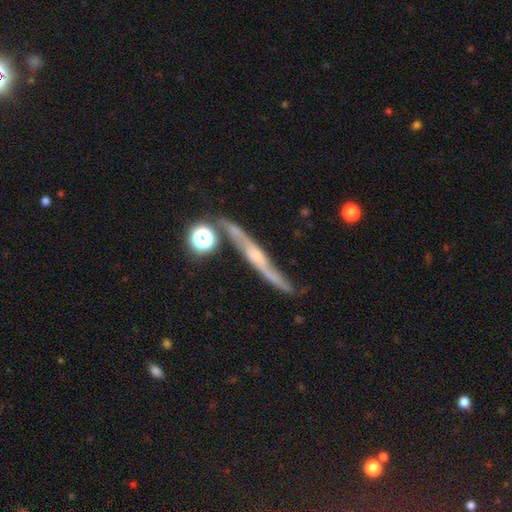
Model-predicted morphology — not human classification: A featured or disk galaxy (80%) viewed edge-on (77%) with a rounded central bulge (63%).

Vote fractions:
- Smooth or featured? featured or disk: 80% / smooth: 12% / star or artifact: 8%
- Edge-on disk? yes: 77% / no: 23%
- Edge-on bulge? rounded: 63% / none: 29% / boxy: 9%
- Merging? none: 67% / minor disturbance: 19% / merger: 7% / major disturbance: 6%